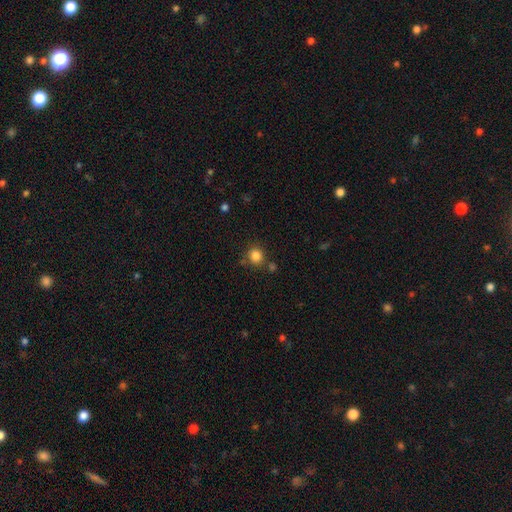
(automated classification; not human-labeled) Smooth or featured? Predicted: smooth (p=0.84). How rounded? Predicted: round (p=0.88). Merging? Predicted: none (p=0.77).